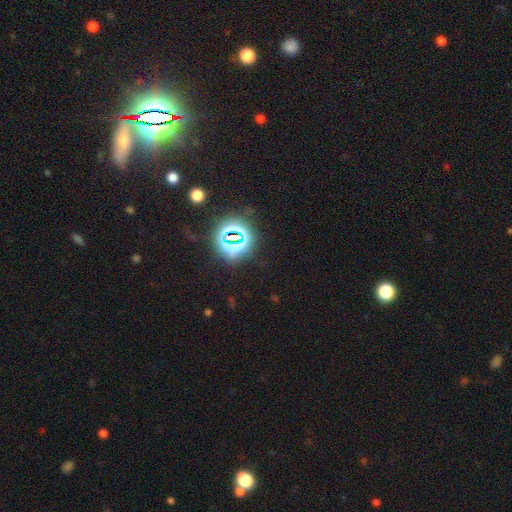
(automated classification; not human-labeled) Smooth or featured? star or artifact (80%)